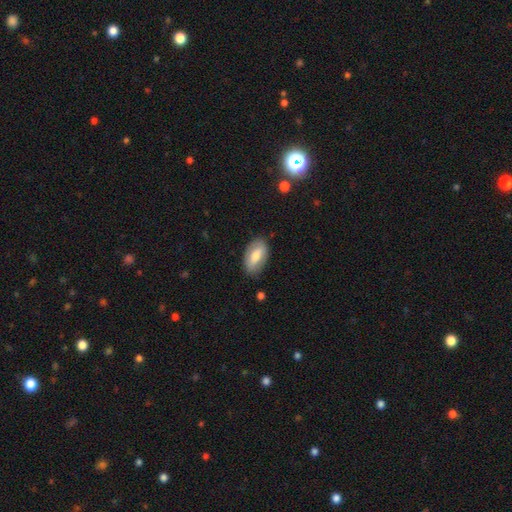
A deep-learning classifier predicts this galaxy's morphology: smooth 63%, featured or disk 30%, star or artifact 6%. Down the decision tree: how rounded — in between (93%); merging — none (82%).